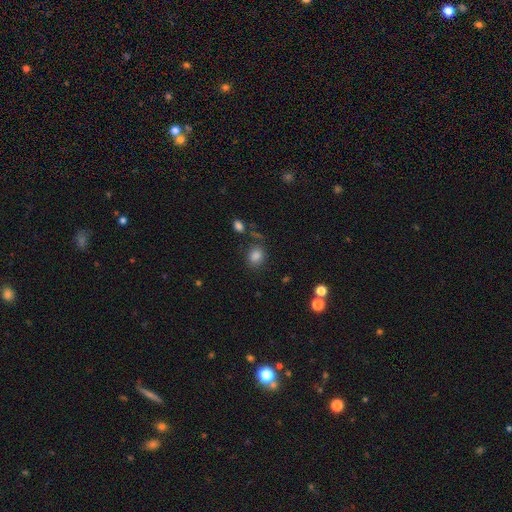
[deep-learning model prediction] smooth 83%, star or artifact 12%, featured or disk 5%. Down the decision tree: how rounded — round (56%); merging — none (74%).